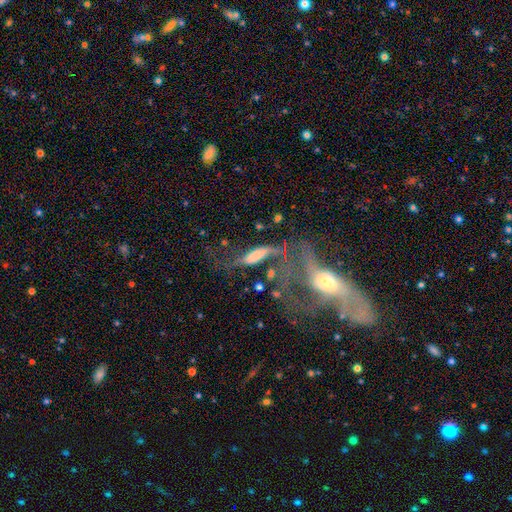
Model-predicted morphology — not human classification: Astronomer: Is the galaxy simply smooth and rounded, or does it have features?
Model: smooth — 45% (runner-up: featured or disk, 44%).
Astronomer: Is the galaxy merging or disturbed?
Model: merger — 31% (runner-up: major disturbance, 28%).